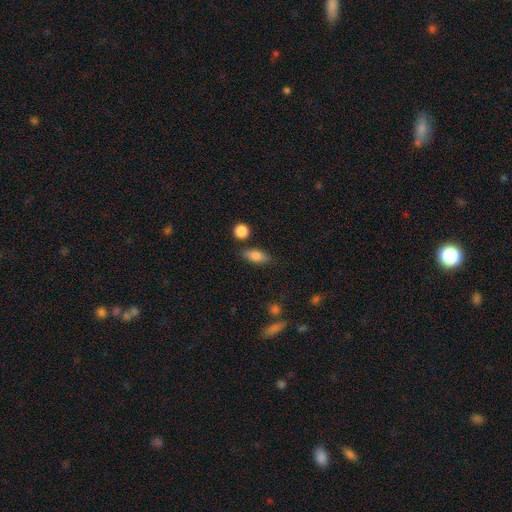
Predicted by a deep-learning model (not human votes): Morphology: type=smooth (79%); roundness=in between (76%); merging=none (80%).